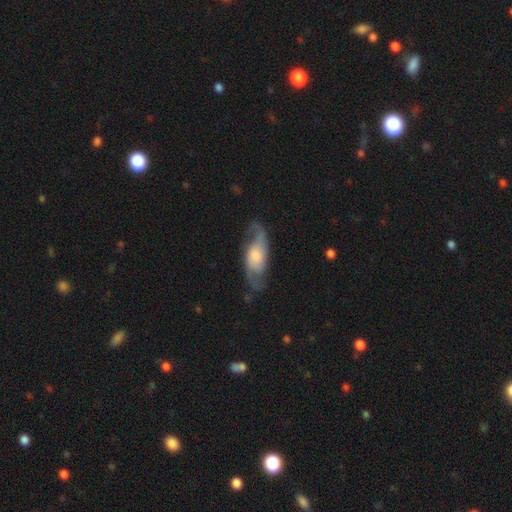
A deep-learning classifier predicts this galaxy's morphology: smooth_or_featured: featured or disk (p=0.73) [alt: smooth p=0.21]
disk_edge_on: no (p=0.90) [alt: yes p=0.10]
bar: no (p=0.56) [alt: weak p=0.35]
has_spiral_arms: yes (p=0.93) [alt: no p=0.07]
spiral_winding: loose (p=0.51) [alt: medium p=0.38]
spiral_arm_count: 2 (p=0.89) [alt: can't tell p=0.05]
bulge_size: moderate (p=0.36) [alt: large p=0.27]
merging: none (p=0.71) [alt: minor disturbance p=0.18]